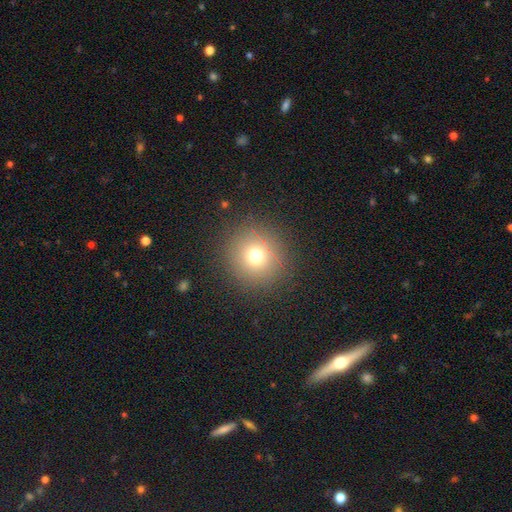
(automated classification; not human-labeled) The model was most divided on "smooth or featured": smooth: 71%, star or artifact: 18%, featured or disk: 11%. More confident: how rounded — round (94%); merging — none (88%).